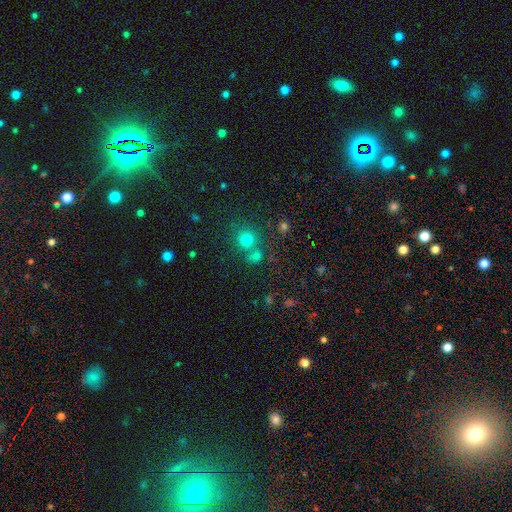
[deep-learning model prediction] The model was most divided on "merging": none: 63%, merger: 25%, minor disturbance: 8%, major disturbance: 4%. More confident: how rounded — round (85%); smooth or featured — smooth (70%).